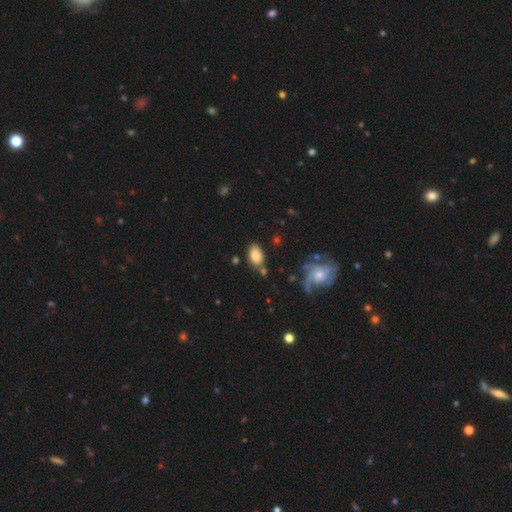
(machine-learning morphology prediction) type=smooth (81%); roundness=in between (89%); merging=none (71%).